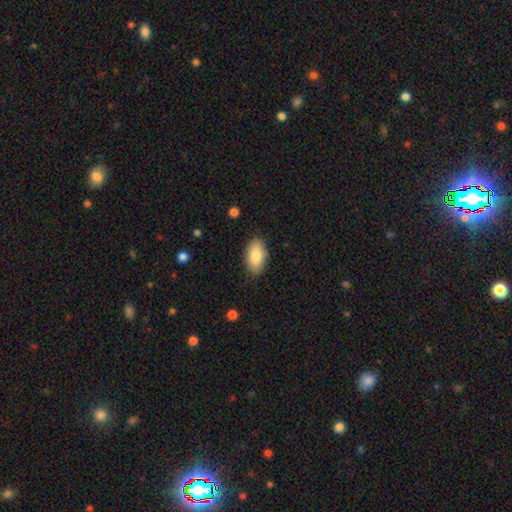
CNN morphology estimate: Smooth or featured? smooth (83%)
How rounded? in between (93%)
Merging? none (86%)